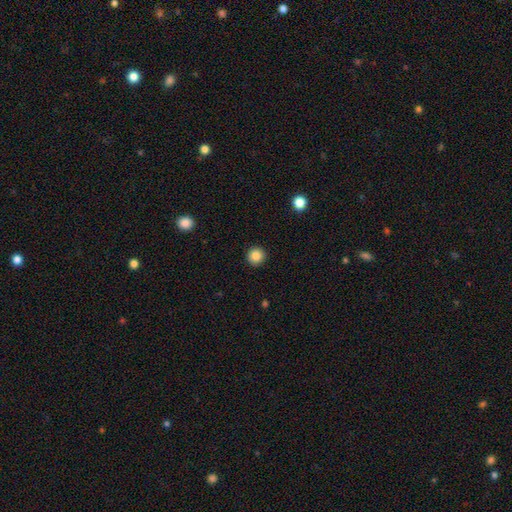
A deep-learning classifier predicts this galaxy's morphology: smooth_or_featured: smooth (p=0.86) [alt: star or artifact p=0.10]
how_rounded: round (p=0.95) [alt: in between p=0.04]
merging: none (p=0.93) [alt: minor disturbance p=0.05]